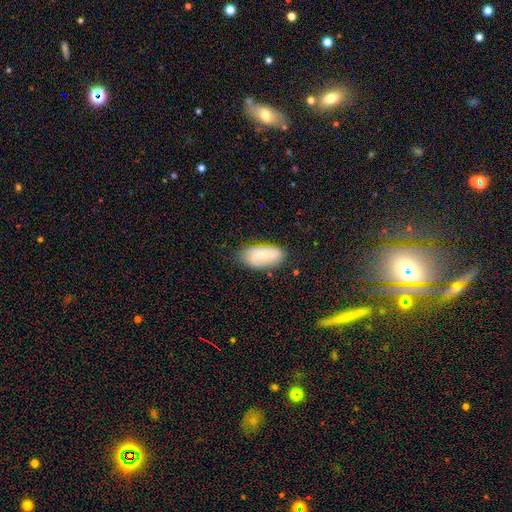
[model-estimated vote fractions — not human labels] This appears to be a smooth galaxy with no disk features (57%) that is in between round and cigar-shaped (93%). Merging: none (72%).